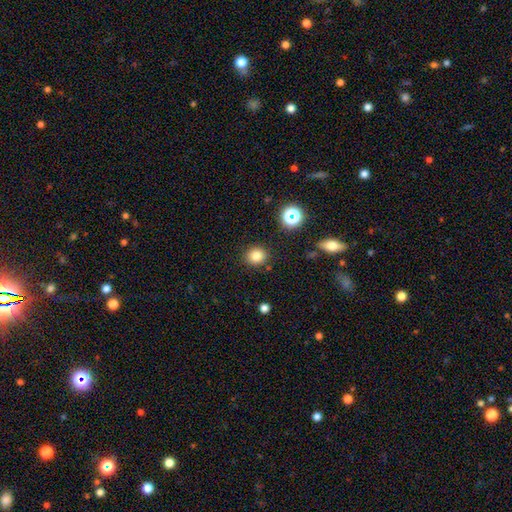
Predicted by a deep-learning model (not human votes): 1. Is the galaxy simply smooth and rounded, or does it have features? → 80% smooth, 14% star or artifact, 6% featured or disk.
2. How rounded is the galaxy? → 81% round, 18% in between, 1% cigar-shaped.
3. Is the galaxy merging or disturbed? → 87% none, 8% minor disturbance, 3% major disturbance, 2% merger.